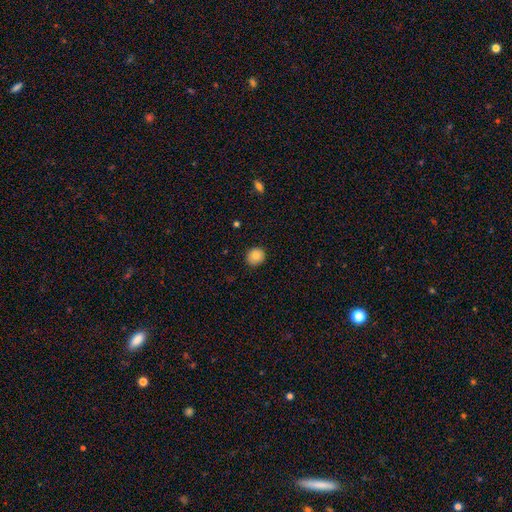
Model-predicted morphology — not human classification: Smooth or featured?
  - smooth: 83% *
  - star or artifact: 9%
  - featured or disk: 8%
How rounded?
  - round: 85% *
  - in between: 14%
  - cigar-shaped: 1%
Merging?
  - none: 89% *
  - minor disturbance: 8%
  - major disturbance: 2%
  - merger: 1%